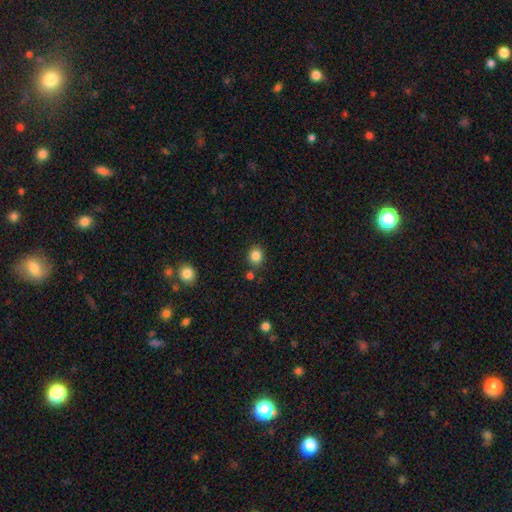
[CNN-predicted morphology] Q: Smooth or featured?
A: smooth (85%); runner-up: star or artifact (11%)
Q: How rounded?
A: round (71%); runner-up: in between (29%)
Q: Merging?
A: none (81%); runner-up: minor disturbance (10%)